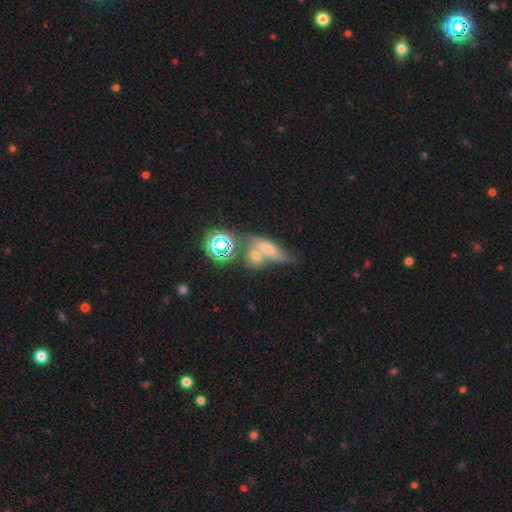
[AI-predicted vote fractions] smooth 59%, star or artifact 22%, featured or disk 19%. Down the decision tree: how rounded — in between (52%); merging — merger (49%).